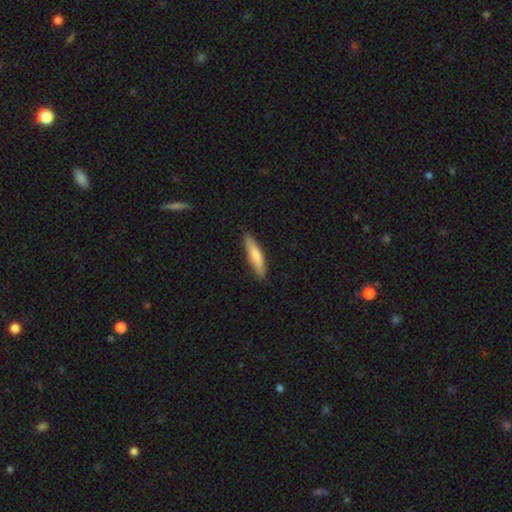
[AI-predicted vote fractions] Smooth or featured?
  - smooth: 74% *
  - featured or disk: 20%
  - star or artifact: 6%
How rounded?
  - cigar-shaped: 80% *
  - in between: 18%
  - round: 1%
Merging?
  - none: 86% *
  - minor disturbance: 11%
  - major disturbance: 2%
  - merger: 1%